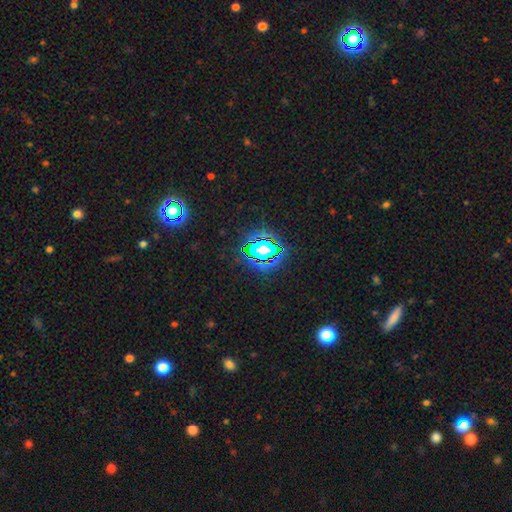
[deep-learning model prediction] A star or artifact, not a galaxy (72%).